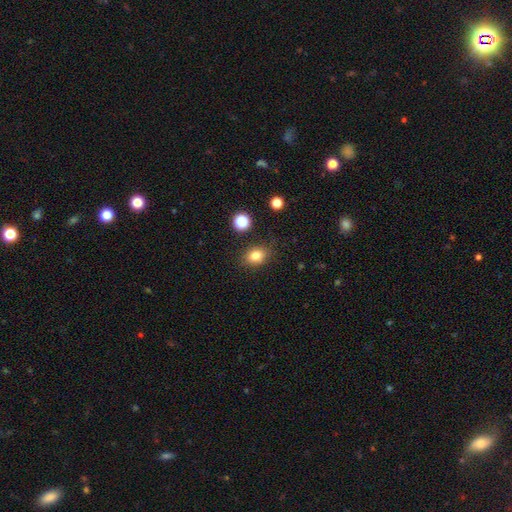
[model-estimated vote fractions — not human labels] Smooth or featured?
  - smooth: 80% *
  - star or artifact: 12%
  - featured or disk: 8%
How rounded?
  - in between: 59% *
  - round: 40%
  - cigar-shaped: 1%
Merging?
  - none: 83% *
  - minor disturbance: 12%
  - major disturbance: 3%
  - merger: 3%